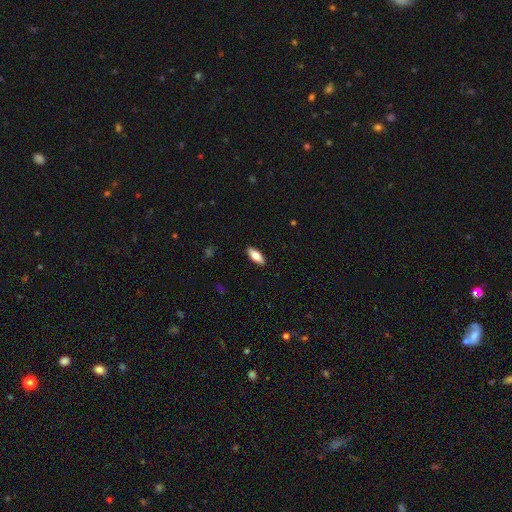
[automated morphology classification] Overall: smooth (76%). How rounded: in between (75%). Merging: none (90%).